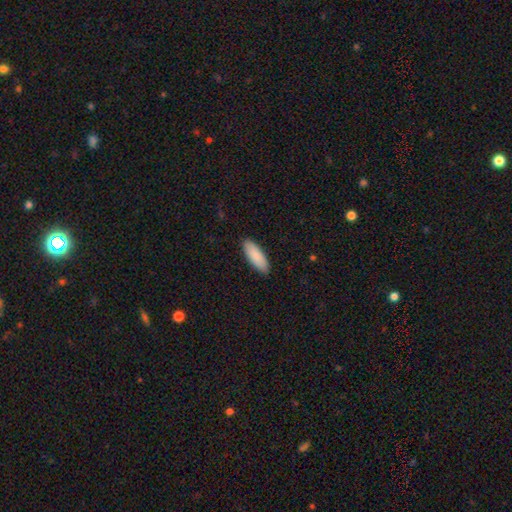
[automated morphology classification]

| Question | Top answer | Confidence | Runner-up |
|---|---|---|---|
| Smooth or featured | smooth | 89% | featured or disk (6%) |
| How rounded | in between | 71% | cigar-shaped (28%) |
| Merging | none | 89% | minor disturbance (8%) |